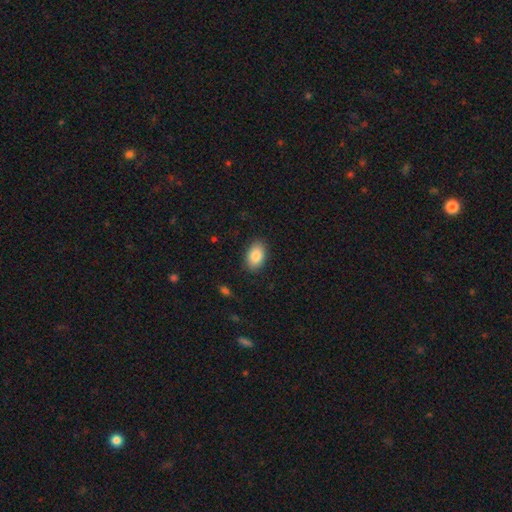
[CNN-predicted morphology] smooth-or-featured: smooth: 86% | star or artifact: 7% | featured or disk: 7%
  how-rounded: in between: 88% | round: 11% | cigar-shaped: 1%
  merging: none: 88% | minor disturbance: 9% | major disturbance: 2% | merger: 1%